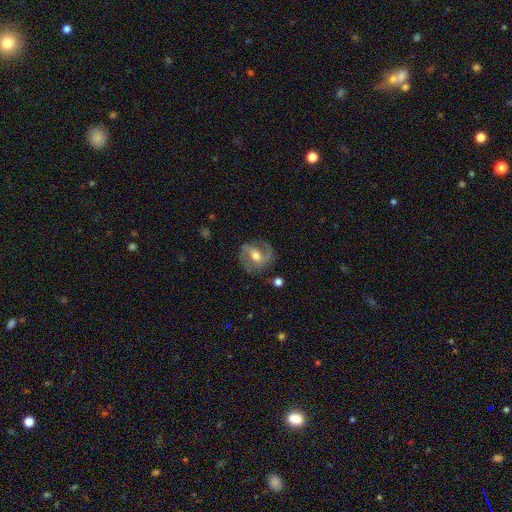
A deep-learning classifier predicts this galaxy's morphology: This is likely a featured or disk galaxy (80%). It is clearly not viewed edge-on (97%). Bar: possibly weak (45%). Spiral arm pattern: clearly yes (92%). Spiral arm count: clearly 2 (82%). Spiral winding: possibly medium (52%). Central bulge: likely moderate (71%). Merging: likely none (74%).